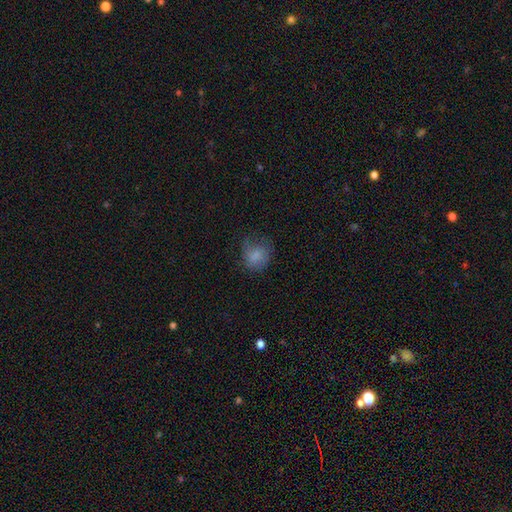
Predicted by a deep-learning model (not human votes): This is likely a smooth galaxy (73%). How rounded: likely round (64%). Merging: possibly none (50%).